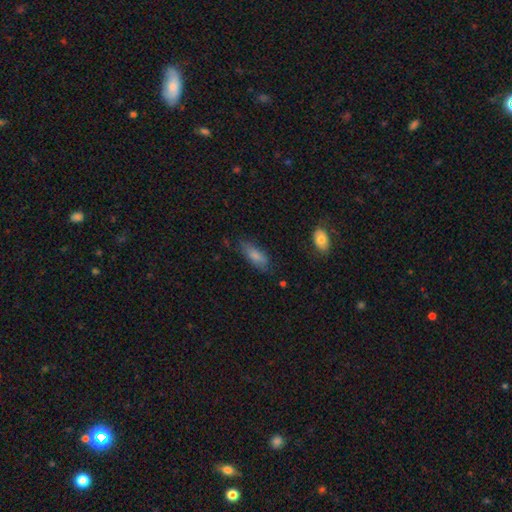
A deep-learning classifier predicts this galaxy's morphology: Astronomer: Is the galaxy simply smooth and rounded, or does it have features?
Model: smooth — 78%.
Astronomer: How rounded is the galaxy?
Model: in between — 72%.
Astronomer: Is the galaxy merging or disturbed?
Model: none — 68%.